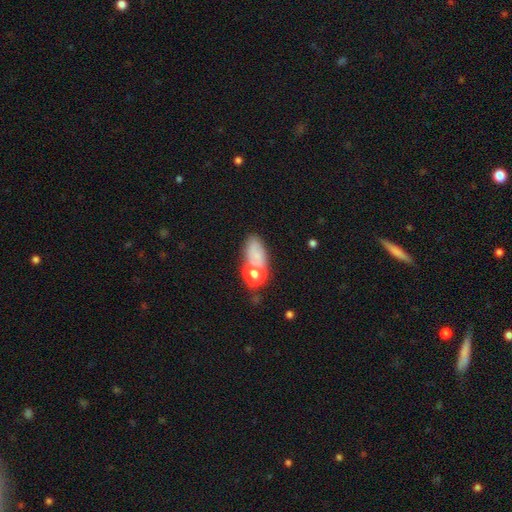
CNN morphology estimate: A smooth galaxy with no disk features (68%) that is in between round and cigar-shaped (78%).

Vote fractions:
- Smooth or featured? smooth: 68% / star or artifact: 17% / featured or disk: 16%
- How rounded? in between: 78% / round: 16% / cigar-shaped: 7%
- Merging? none: 44% / merger: 26% / minor disturbance: 18% / major disturbance: 12%